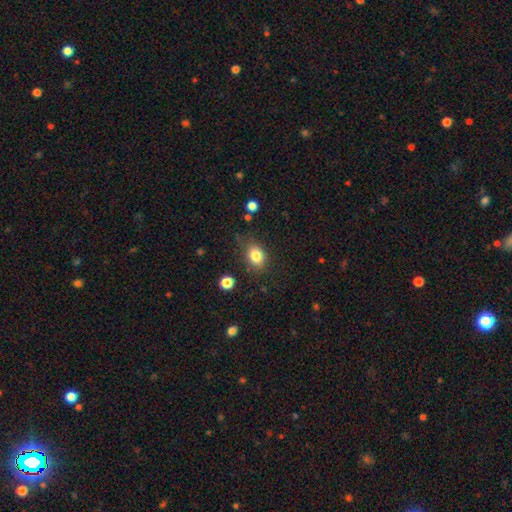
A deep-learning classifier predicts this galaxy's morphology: smooth-or-featured: smooth: 83% | star or artifact: 10% | featured or disk: 7%
  how-rounded: in between: 63% | round: 36% | cigar-shaped: 1%
  merging: none: 75% | minor disturbance: 18% | major disturbance: 5% | merger: 3%